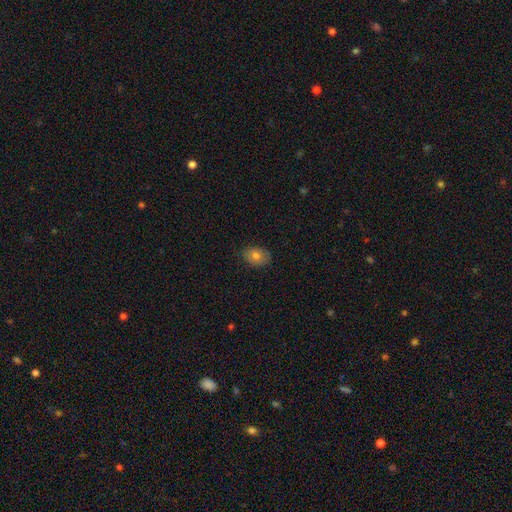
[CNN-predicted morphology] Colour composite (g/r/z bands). It shows a smooth galaxy with no disk features (77%) that is in between round and cigar-shaped (73%). Merging: none (81%).